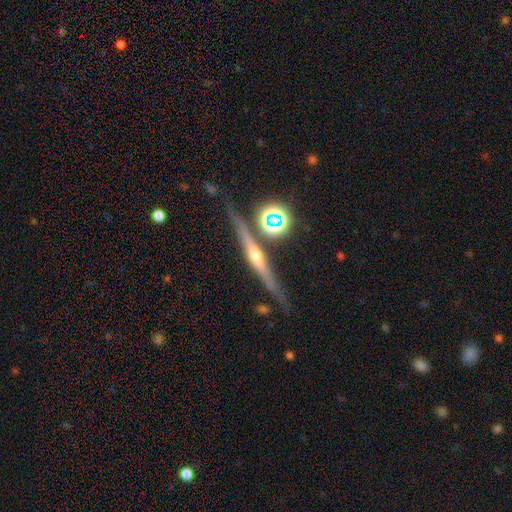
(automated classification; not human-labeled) smooth_or_featured: featured or disk (p=0.75) [alt: smooth p=0.14]
disk_edge_on: yes (p=0.97) [alt: no p=0.03]
edge_on_bulge: rounded (p=0.84) [alt: none p=0.08]
merging: none (p=0.81) [alt: minor disturbance p=0.12]